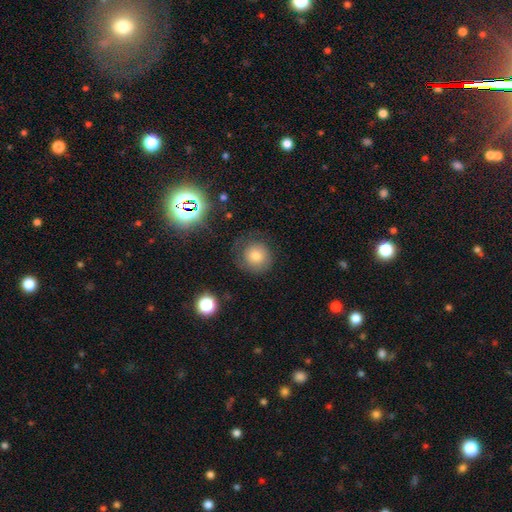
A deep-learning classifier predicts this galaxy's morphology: smooth_or_featured: smooth (p=0.71) [alt: star or artifact p=0.15]
how_rounded: round (p=0.91) [alt: in between p=0.08]
merging: none (p=0.75) [alt: minor disturbance p=0.16]